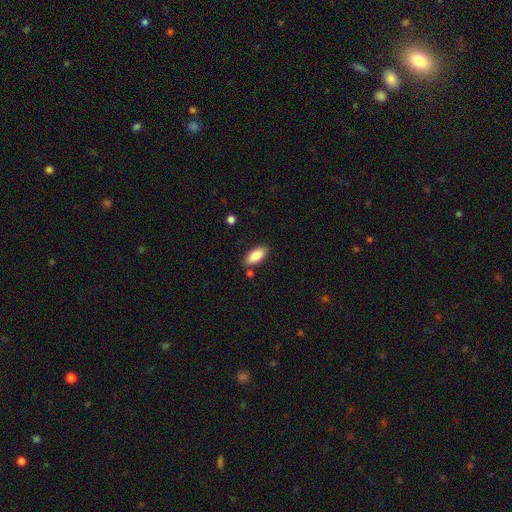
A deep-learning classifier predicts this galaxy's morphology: Q: Smooth or featured?
A: smooth (86%); runner-up: featured or disk (7%)
Q: How rounded?
A: in between (88%); runner-up: cigar-shaped (10%)
Q: Merging?
A: none (82%); runner-up: minor disturbance (11%)